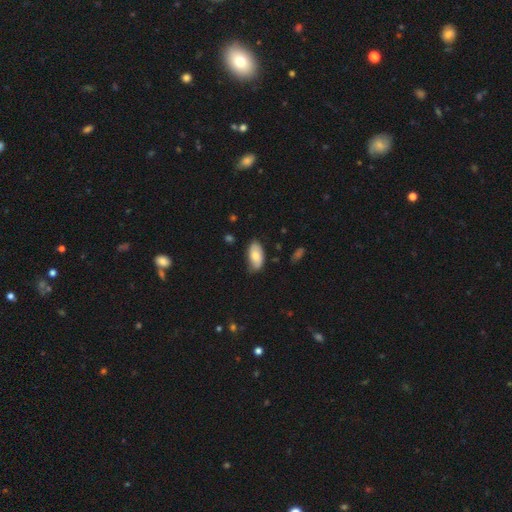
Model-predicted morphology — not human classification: This is likely a smooth galaxy (75%). How rounded: clearly in between (94%). Merging: likely none (71%).